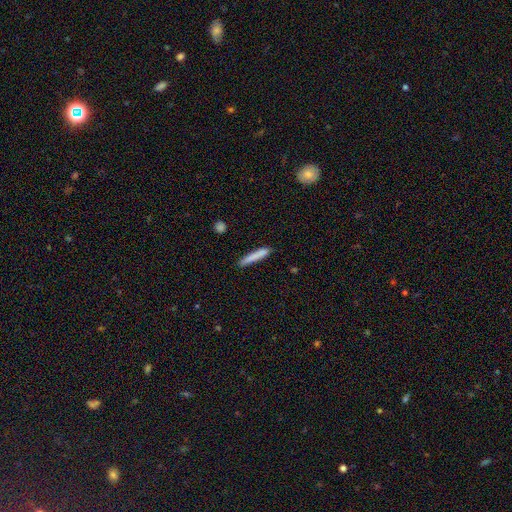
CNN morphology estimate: Q: Smooth or featured?
A: smooth (82%); runner-up: featured or disk (12%)
Q: How rounded?
A: cigar-shaped (94%); runner-up: in between (5%)
Q: Merging?
A: none (85%); runner-up: minor disturbance (11%)